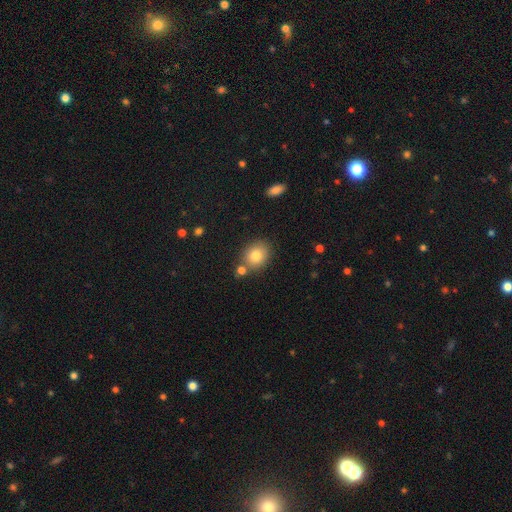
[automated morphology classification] A smooth galaxy with no disk features (81%) that is round (59%). Merging: none (74%).